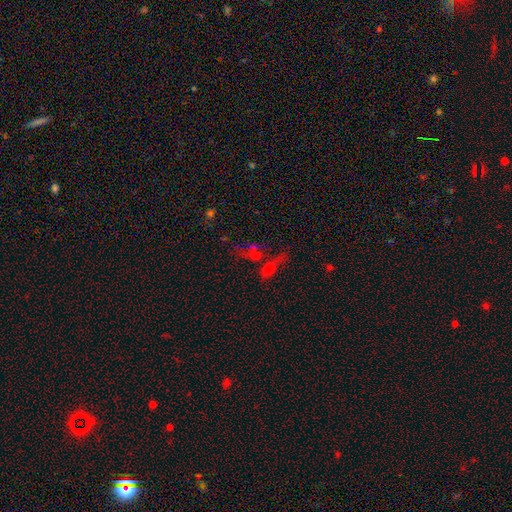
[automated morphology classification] Smooth or featured? star or artifact (42%)